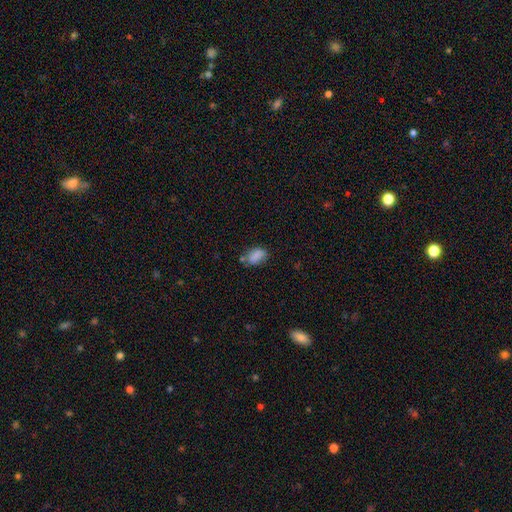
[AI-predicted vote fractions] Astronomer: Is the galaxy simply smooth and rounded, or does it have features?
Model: smooth — 80%.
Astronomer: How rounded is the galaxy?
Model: in between — 85%.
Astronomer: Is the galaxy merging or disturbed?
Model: none — 58%.